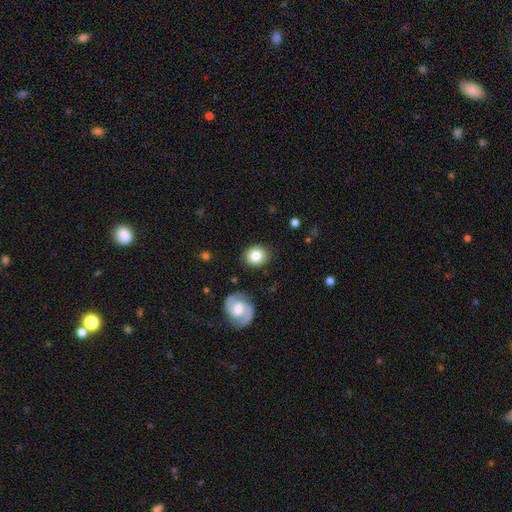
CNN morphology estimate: smooth 78%, featured or disk 15%, star or artifact 7%. Down the decision tree: how rounded — round (81%); merging — none (87%).